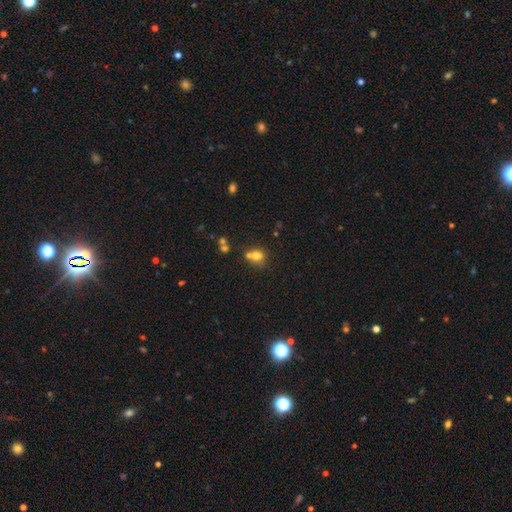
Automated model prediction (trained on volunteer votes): Smooth or featured: smooth — 67% (featured or disk — 17%)
How rounded: round — 56% (in between — 42%)
Merging: merger — 45% (none — 39%)